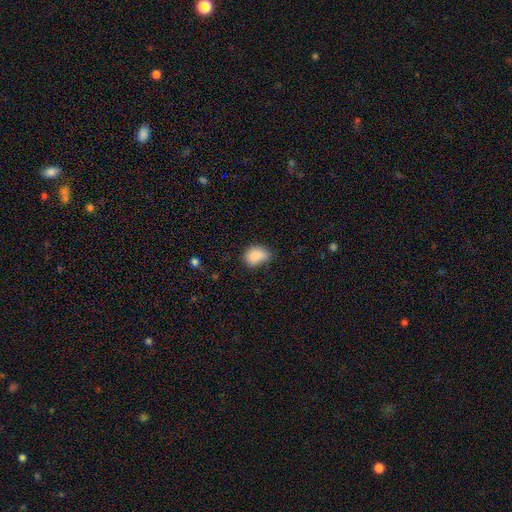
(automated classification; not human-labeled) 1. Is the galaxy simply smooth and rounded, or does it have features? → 85% smooth, 9% star or artifact, 6% featured or disk.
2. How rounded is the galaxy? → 72% in between, 27% round, 1% cigar-shaped.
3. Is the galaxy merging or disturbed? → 47% none, 38% minor disturbance, 10% major disturbance, 5% merger.